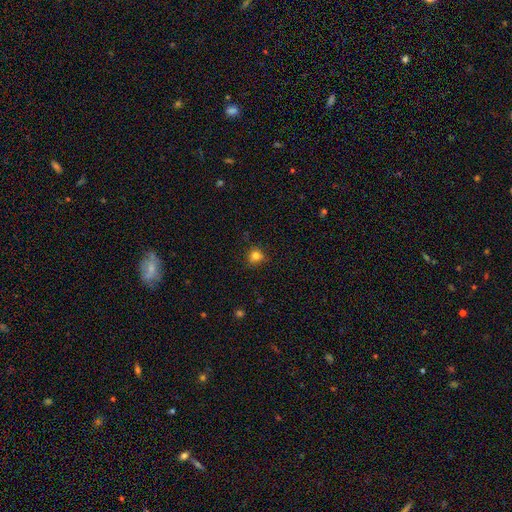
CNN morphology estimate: A smooth galaxy with no disk features (80%) that is round (85%).

Vote fractions:
- Smooth or featured? smooth: 80% / star or artifact: 14% / featured or disk: 6%
- How rounded? round: 85% / in between: 14% / cigar-shaped: 1%
- Merging? none: 78% / minor disturbance: 16% / major disturbance: 4% / merger: 2%